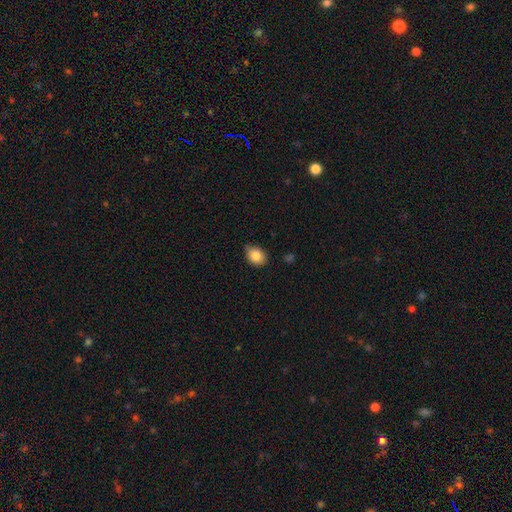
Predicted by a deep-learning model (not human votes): A smooth galaxy with no disk features (84%) that is in between round and cigar-shaped (56%). Merging: none (67%).